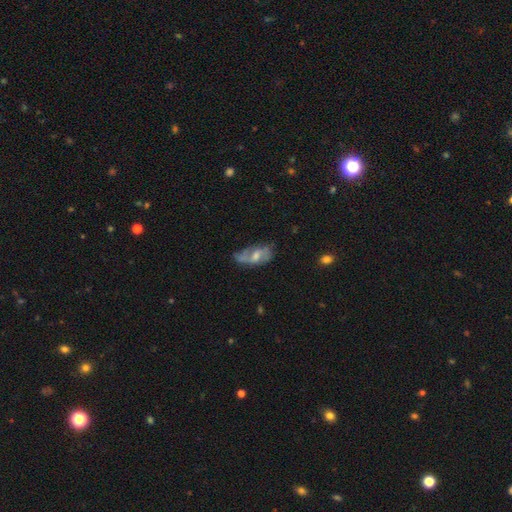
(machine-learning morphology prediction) type=featured or disk (64%); edge-on=no (94%); bar=weak (47%); spiral arms=yes (77%); bulge=moderate (51%); merging=none (45%).